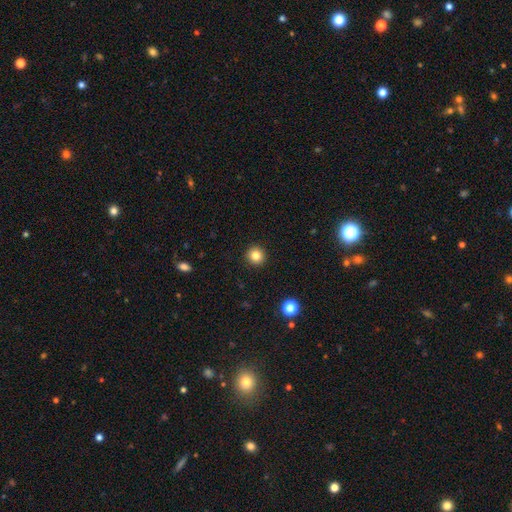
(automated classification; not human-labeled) smooth-or-featured: smooth: 83% | star or artifact: 12% | featured or disk: 5%
  how-rounded: round: 95% | in between: 4% | cigar-shaped: 1%
  merging: none: 93% | minor disturbance: 4% | major disturbance: 2% | merger: 1%